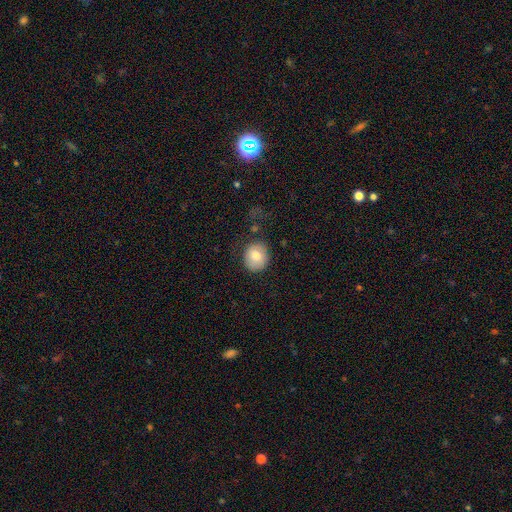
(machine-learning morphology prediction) A smooth galaxy with no disk features (79%) that is round (78%). Merging: none (78%).